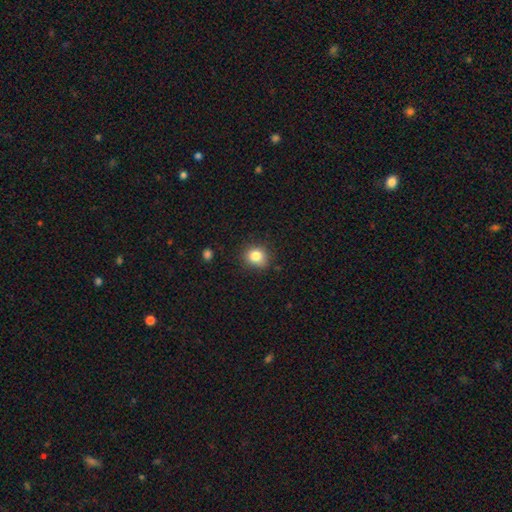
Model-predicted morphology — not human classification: Overall: smooth (83%). How rounded: round (78%). Merging: none (80%).